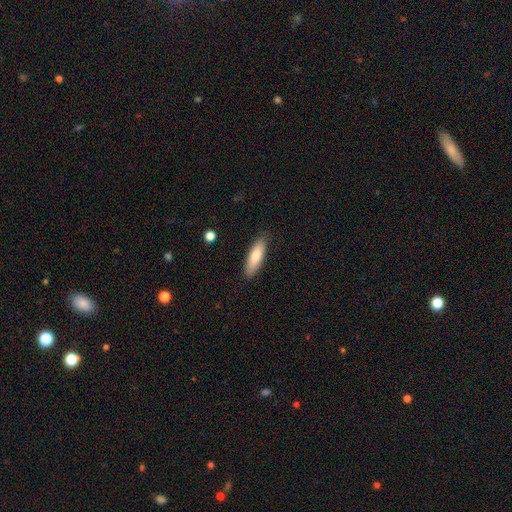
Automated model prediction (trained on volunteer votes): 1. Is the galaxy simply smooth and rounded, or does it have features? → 74% smooth, 20% featured or disk, 6% star or artifact.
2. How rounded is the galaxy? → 61% cigar-shaped, 37% in between, 2% round.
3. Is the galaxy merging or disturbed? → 87% none, 10% minor disturbance, 2% major disturbance, 1% merger.